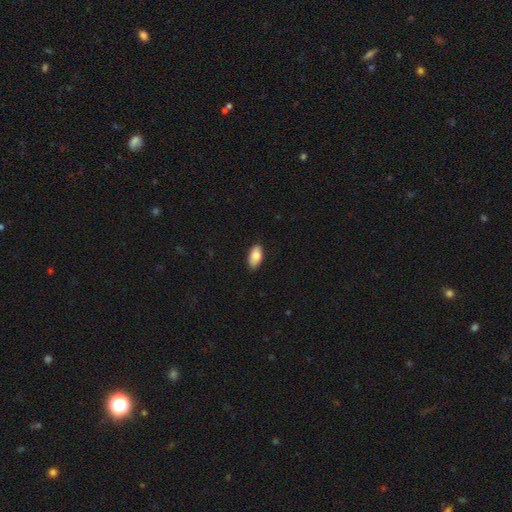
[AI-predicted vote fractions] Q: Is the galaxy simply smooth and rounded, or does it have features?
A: smooth — 81%.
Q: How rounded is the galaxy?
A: in between — 94%.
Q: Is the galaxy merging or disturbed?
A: none — 86%.